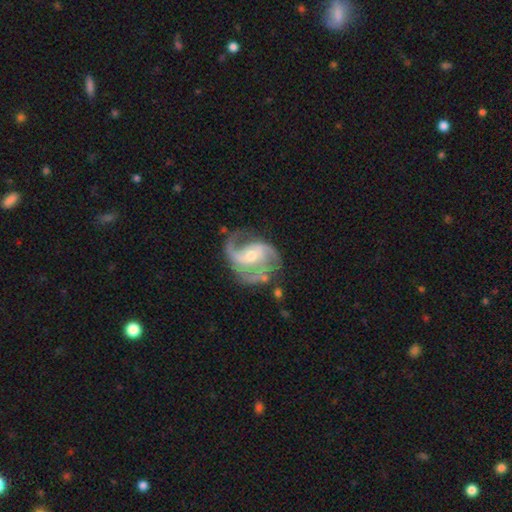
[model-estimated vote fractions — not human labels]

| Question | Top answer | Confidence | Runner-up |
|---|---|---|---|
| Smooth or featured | featured or disk | 88% | star or artifact (6%) |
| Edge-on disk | no | 98% | yes (2%) |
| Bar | weak | 43% | no (34%) |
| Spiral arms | yes | 97% | no (3%) |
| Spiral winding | medium | 52% | loose (27%) |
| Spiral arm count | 2 | 55% | 3 (24%) |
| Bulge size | small | 50% | moderate (45%) |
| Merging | none | 60% | minor disturbance (21%) |